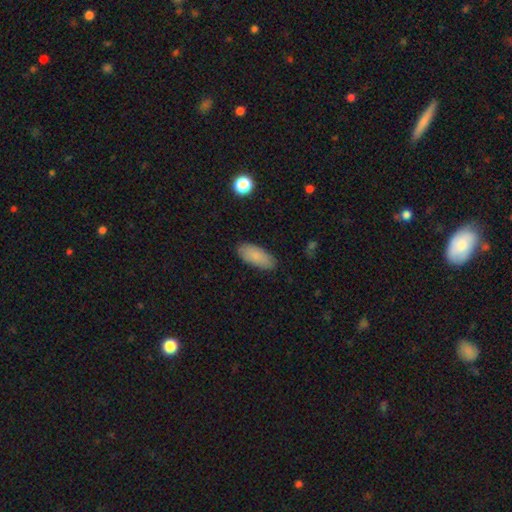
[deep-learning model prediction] smooth_or_featured: smooth (p=0.85) [alt: featured or disk p=0.08]
how_rounded: in between (p=0.85) [alt: cigar-shaped p=0.13]
merging: none (p=0.86) [alt: minor disturbance p=0.10]